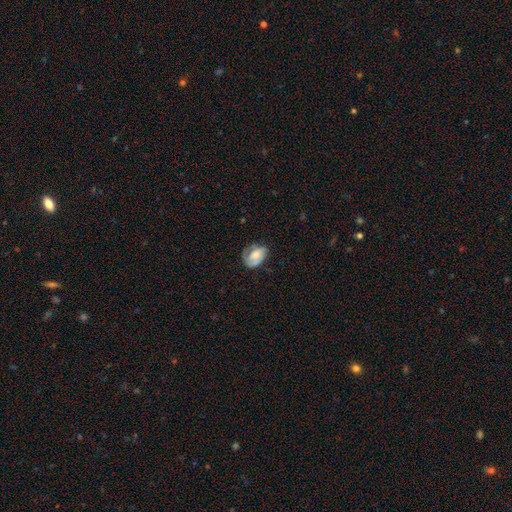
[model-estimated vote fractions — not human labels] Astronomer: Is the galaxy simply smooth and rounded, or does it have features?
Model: featured or disk — 47% (runner-up: smooth, 45%).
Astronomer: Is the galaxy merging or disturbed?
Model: none — 48% (runner-up: minor disturbance, 31%).